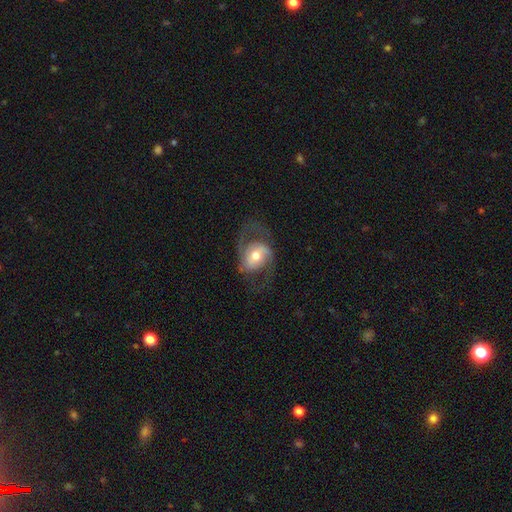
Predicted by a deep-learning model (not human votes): smooth_or_featured: featured or disk (p=0.72) [alt: smooth p=0.22]
disk_edge_on: no (p=0.96) [alt: yes p=0.04]
bar: no (p=0.51) [alt: weak p=0.34]
has_spiral_arms: yes (p=0.86) [alt: no p=0.14]
spiral_winding: medium (p=0.48) [alt: loose p=0.38]
spiral_arm_count: 2 (p=0.86) [alt: can't tell p=0.06]
bulge_size: moderate (p=0.69) [alt: small p=0.17]
merging: none (p=0.58) [alt: major disturbance p=0.23]